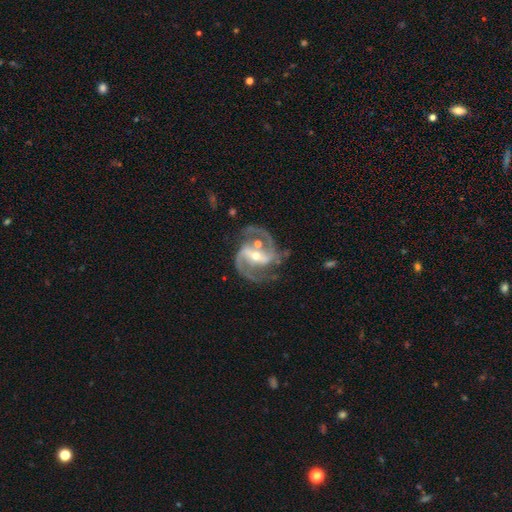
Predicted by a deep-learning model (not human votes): This is clearly a featured or disk galaxy (92%). It is clearly not viewed edge-on (97%). Bar: possibly strong (60%). Spiral arm pattern: clearly yes (98%). Spiral arm count: clearly 2 (88%). Spiral winding: likely medium (65%). Central bulge: possibly moderate (50%). Merging: likely none (70%).